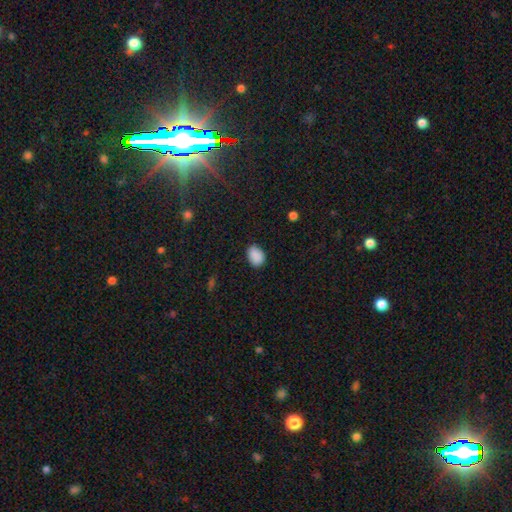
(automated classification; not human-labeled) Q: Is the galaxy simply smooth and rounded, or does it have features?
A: smooth — 89%.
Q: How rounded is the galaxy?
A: in between — 72%.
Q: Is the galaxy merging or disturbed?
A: none — 83%.